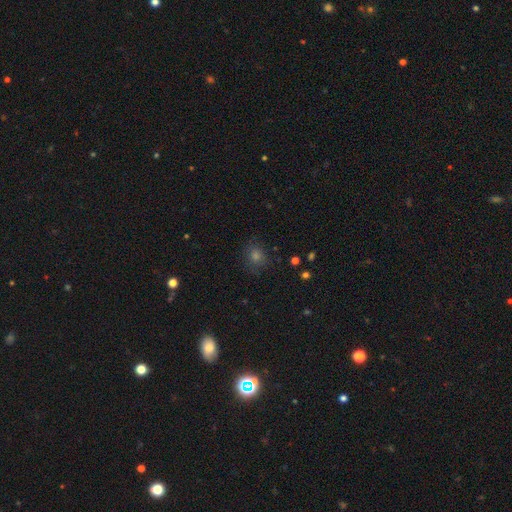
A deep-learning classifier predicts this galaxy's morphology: Overall: smooth (61%; star or artifact 28%). How rounded: round (82%). Merging: none (83%).